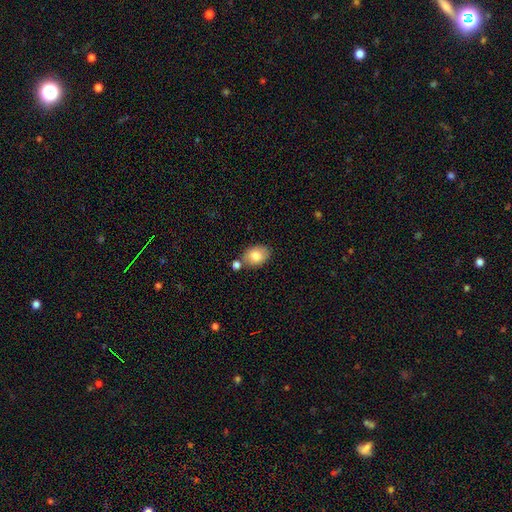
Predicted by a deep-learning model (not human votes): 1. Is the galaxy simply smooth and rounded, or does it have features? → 82% smooth, 11% featured or disk, 8% star or artifact.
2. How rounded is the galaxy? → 76% in between, 23% round, 1% cigar-shaped.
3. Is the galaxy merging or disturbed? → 70% none, 14% merger, 14% minor disturbance, 3% major disturbance.